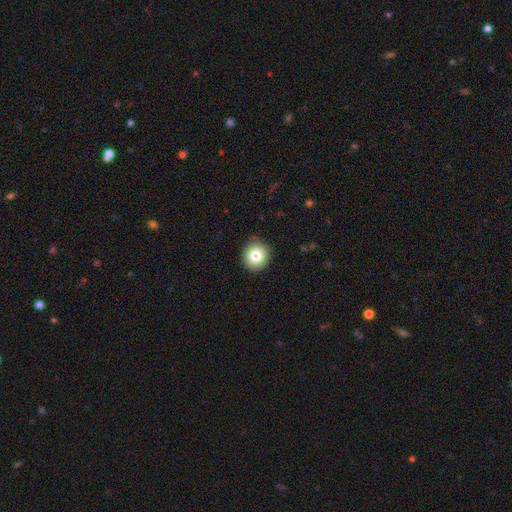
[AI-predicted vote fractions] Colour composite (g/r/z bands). It shows a smooth galaxy with no disk features (80%) that is round (93%). Merging: none (90%).